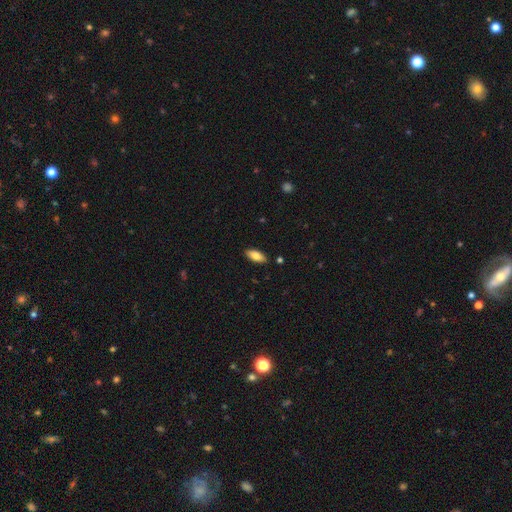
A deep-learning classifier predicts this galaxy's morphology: Smooth or featured? Predicted: smooth (p=0.83). How rounded? Predicted: in between (p=0.85). Merging? Predicted: none (p=0.88).